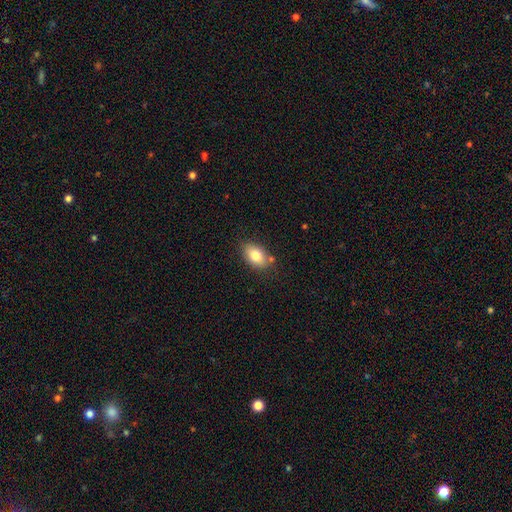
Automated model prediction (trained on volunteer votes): Q: Smooth or featured?
A: smooth (81%); runner-up: featured or disk (11%)
Q: How rounded?
A: in between (88%); runner-up: round (11%)
Q: Merging?
A: none (77%); runner-up: minor disturbance (15%)